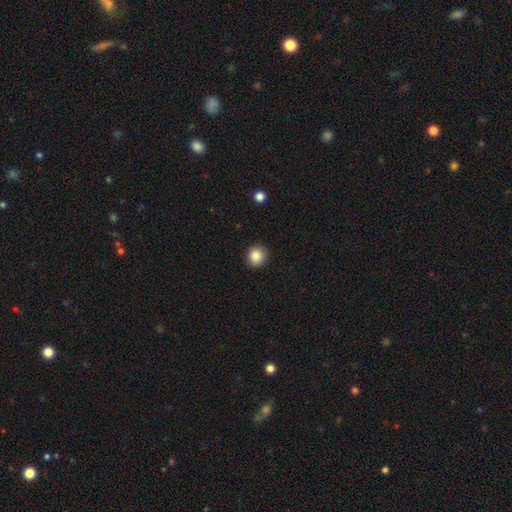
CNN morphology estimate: type=smooth (86%); roundness=round (88%); merging=none (91%).